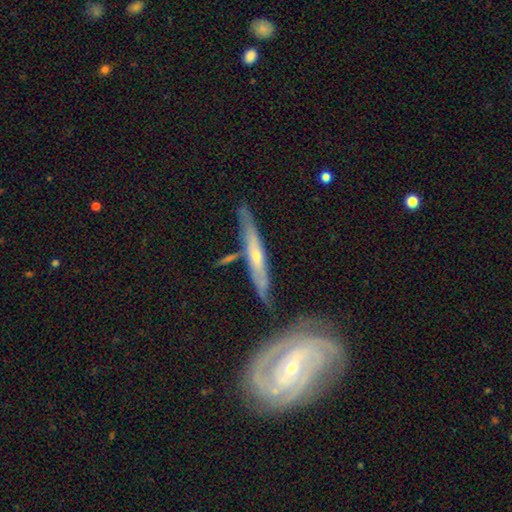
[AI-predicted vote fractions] Smooth or featured? Predicted: featured or disk (p=0.72). Edge-on disk? Predicted: yes (p=0.70). Edge-on bulge? Predicted: rounded (p=0.64). Merging? Predicted: none (p=0.70).